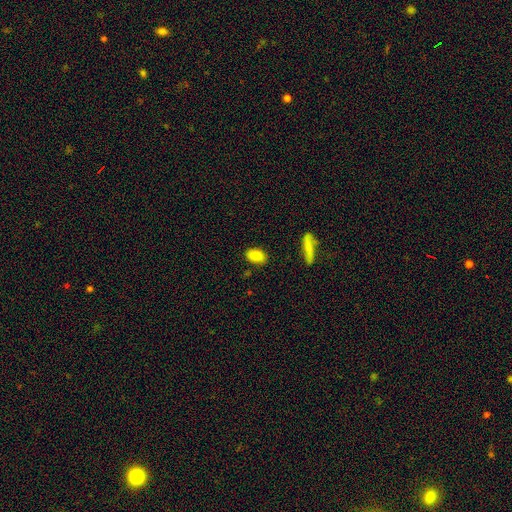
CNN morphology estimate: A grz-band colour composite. It shows a smooth galaxy with no disk features (84%) that is in between round and cigar-shaped (88%). Merging: none (85%).